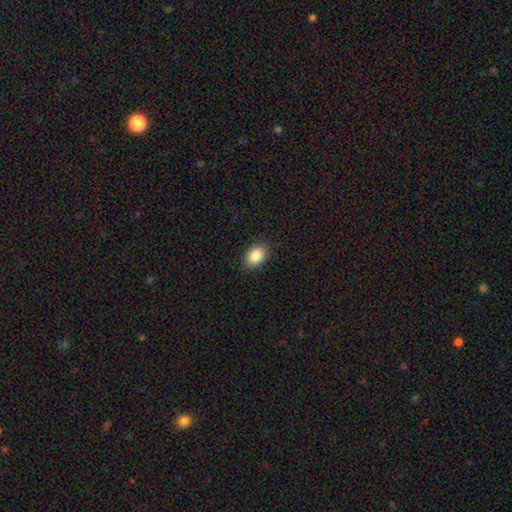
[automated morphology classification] Smooth or featured? smooth (87%)
How rounded? in between (84%)
Merging? none (88%)